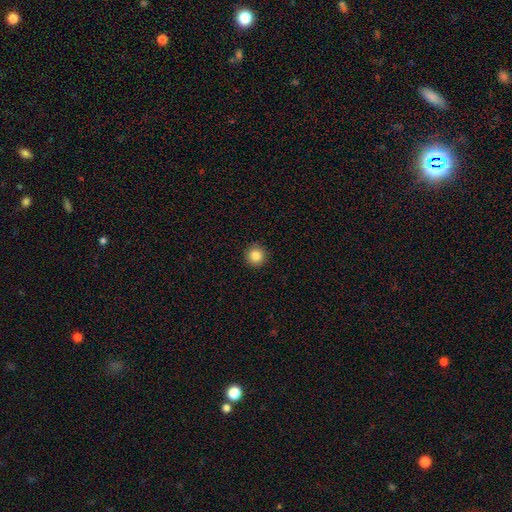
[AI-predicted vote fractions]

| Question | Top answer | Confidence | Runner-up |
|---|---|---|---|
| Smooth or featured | smooth | 84% | star or artifact (10%) |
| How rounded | round | 96% | in between (4%) |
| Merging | none | 93% | minor disturbance (5%) |